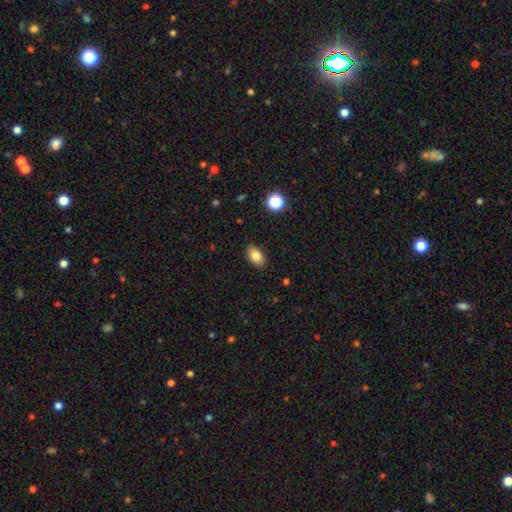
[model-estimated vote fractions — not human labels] smooth-or-featured: smooth: 82% | featured or disk: 9% | star or artifact: 9%
  how-rounded: in between: 91% | round: 7% | cigar-shaped: 2%
  merging: none: 88% | minor disturbance: 9% | major disturbance: 2% | merger: 1%